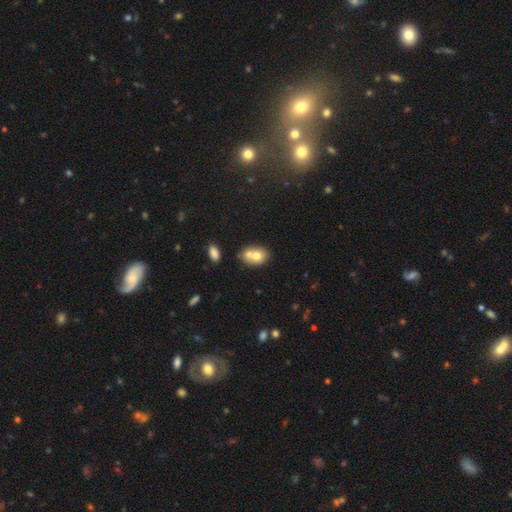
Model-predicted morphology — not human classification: This appears to be a smooth galaxy with no disk features (68%) that is in between round and cigar-shaped (60%). Merging: merger (56%).